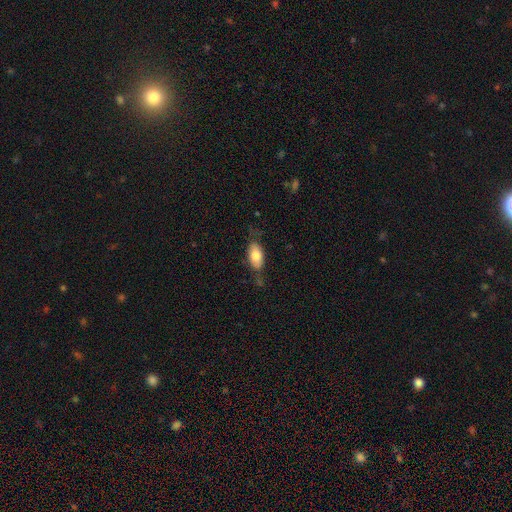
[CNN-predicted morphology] This is likely a smooth galaxy (74%). How rounded: clearly in between (90%). Merging: likely none (66%).